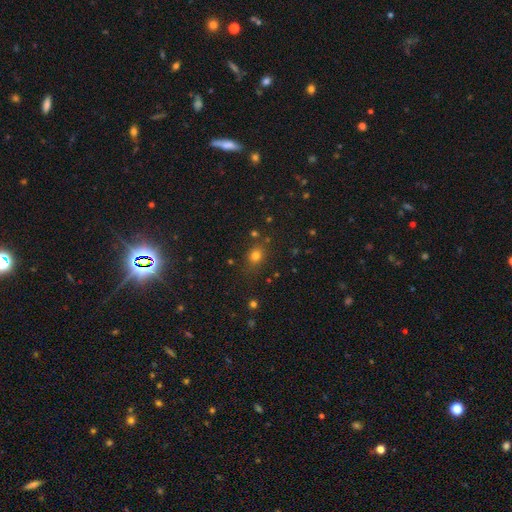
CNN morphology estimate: This is likely a smooth galaxy (75%). How rounded: likely round (61%). Merging: likely none (78%).